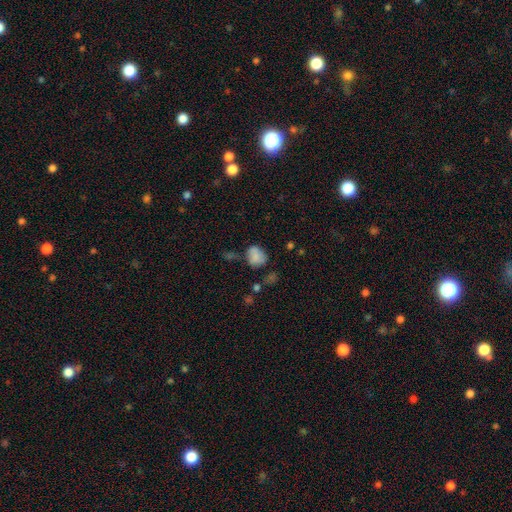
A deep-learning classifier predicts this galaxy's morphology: The model was most divided on "how rounded": round: 50%, in between: 49%, cigar-shaped: 1%. Remaining: smooth or featured — smooth (74%); merging — none (48%).